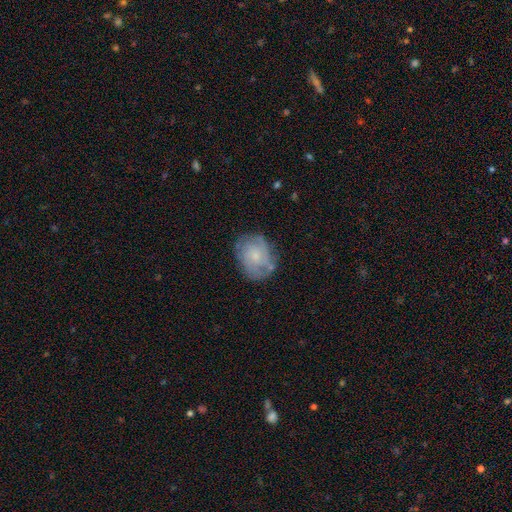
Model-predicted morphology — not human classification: smooth_or_featured: featured or disk (p=0.58) [alt: smooth p=0.35]
disk_edge_on: no (p=0.97) [alt: yes p=0.03]
bar: no (p=0.79) [alt: weak p=0.19]
has_spiral_arms: yes (p=0.81) [alt: no p=0.19]
bulge_size: small (p=0.67) [alt: moderate p=0.23]
merging: none (p=0.68) [alt: minor disturbance p=0.22]